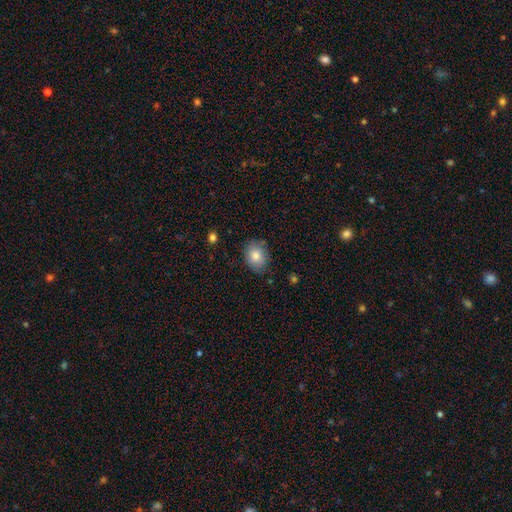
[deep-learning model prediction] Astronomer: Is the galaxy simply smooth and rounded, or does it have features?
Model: smooth — 82%.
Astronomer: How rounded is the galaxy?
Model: in between — 56% (runner-up: round, 43%).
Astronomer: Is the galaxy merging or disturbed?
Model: none — 80%.